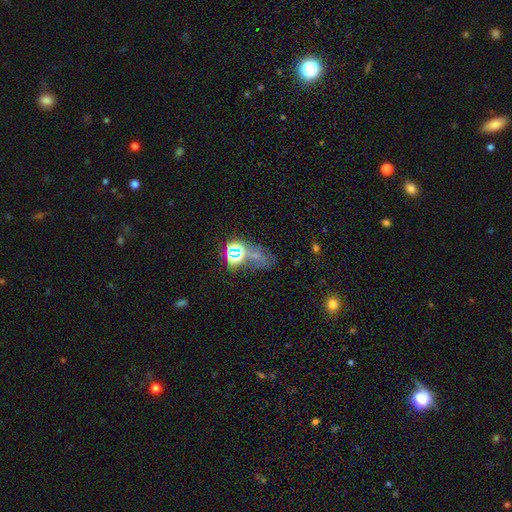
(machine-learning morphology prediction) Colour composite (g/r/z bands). It shows a star or artifact, not a galaxy (51%).